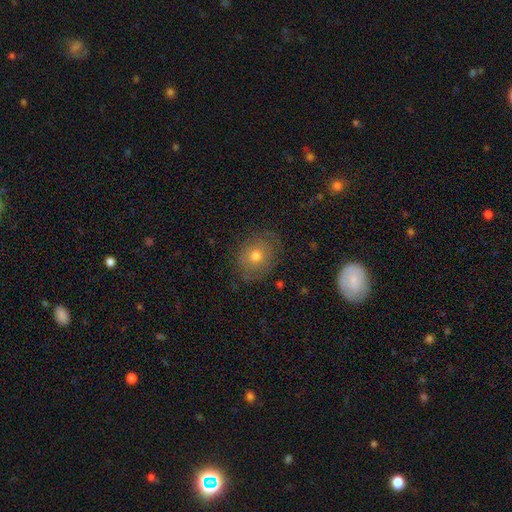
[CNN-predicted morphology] Smooth or featured: smooth — 57% (featured or disk — 29%)
How rounded: round — 62% (in between — 37%)
Merging: none — 77% (minor disturbance — 16%)